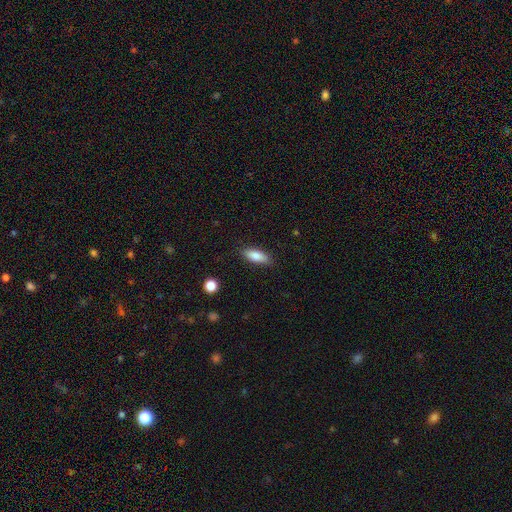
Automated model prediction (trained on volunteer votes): Q: Smooth or featured?
A: smooth (83%); runner-up: featured or disk (10%)
Q: How rounded?
A: in between (72%); runner-up: cigar-shaped (25%)
Q: Merging?
A: none (84%); runner-up: minor disturbance (12%)